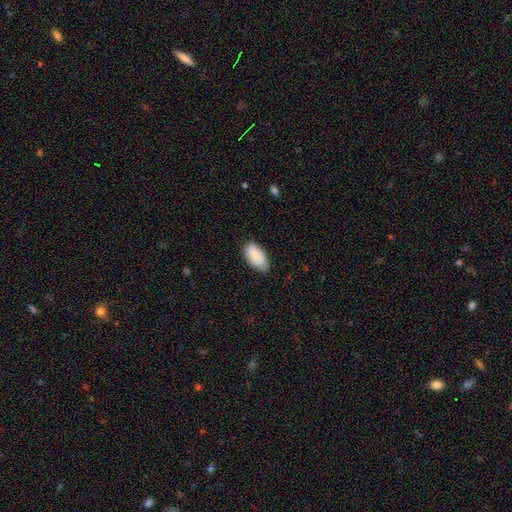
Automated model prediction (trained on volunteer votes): Overall: smooth (84%). How rounded: in between (95%). Merging: none (77%).